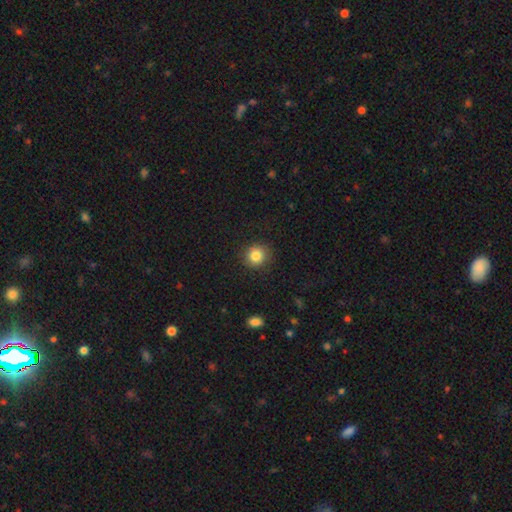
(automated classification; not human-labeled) A smooth galaxy with no disk features (84%) that is round (88%). Merging: none (89%).